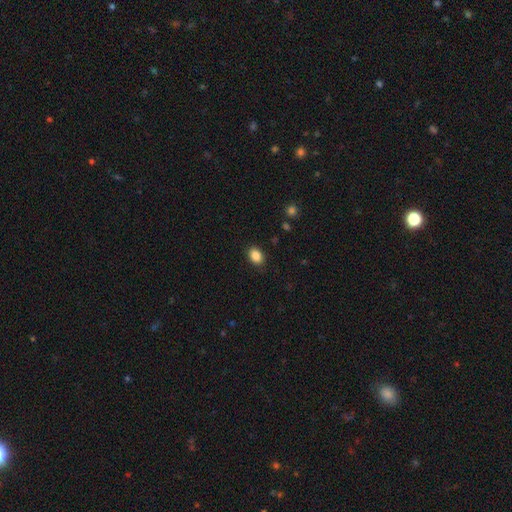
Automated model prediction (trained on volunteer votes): Smooth or featured: smooth — 87% (star or artifact — 9%)
How rounded: in between — 74% (round — 25%)
Merging: none — 88% (minor disturbance — 9%)